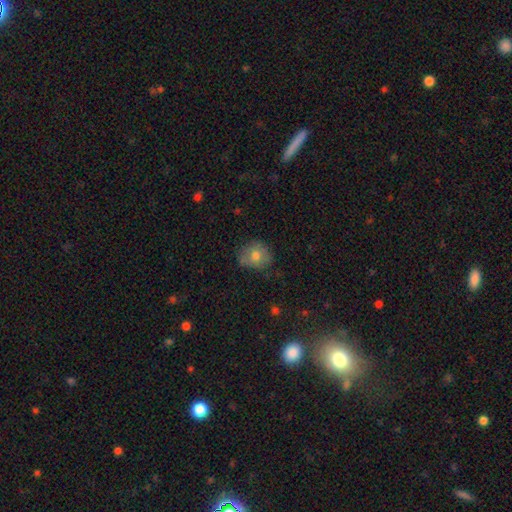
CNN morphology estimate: Smooth or featured? Predicted: smooth (p=0.74). How rounded? Predicted: round (p=0.71). Merging? Predicted: none (p=0.69).